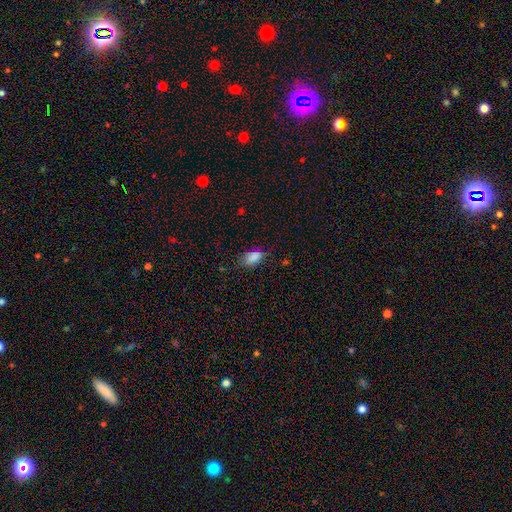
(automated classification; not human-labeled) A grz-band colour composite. It shows a smooth galaxy with no disk features (84%) that is in between round and cigar-shaped (89%). Merging: none (65%).